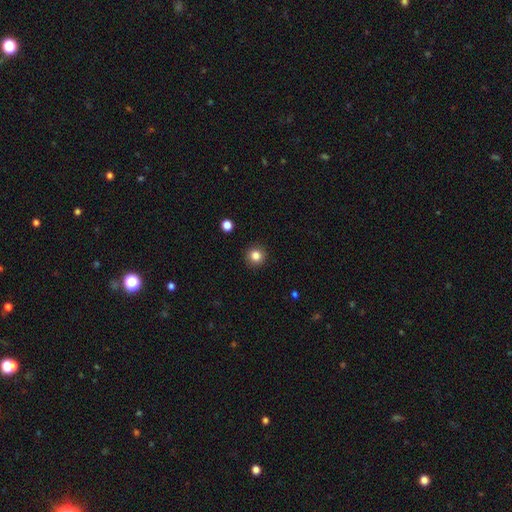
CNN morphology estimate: Smooth or featured? smooth (83%)
How rounded? round (93%)
Merging? none (92%)